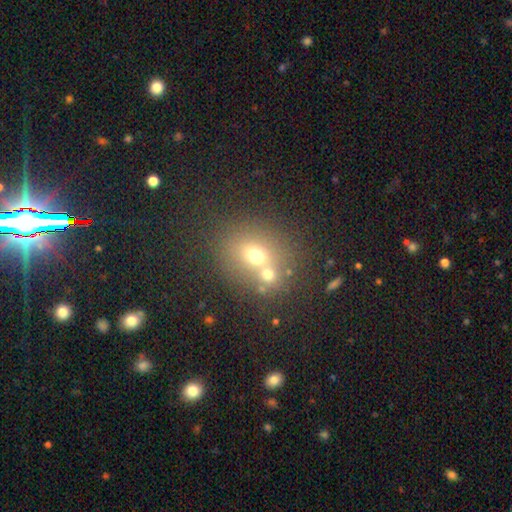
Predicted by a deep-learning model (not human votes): This appears to be a smooth galaxy with no disk features (63%) that is round (62%). Merging: none (47%).